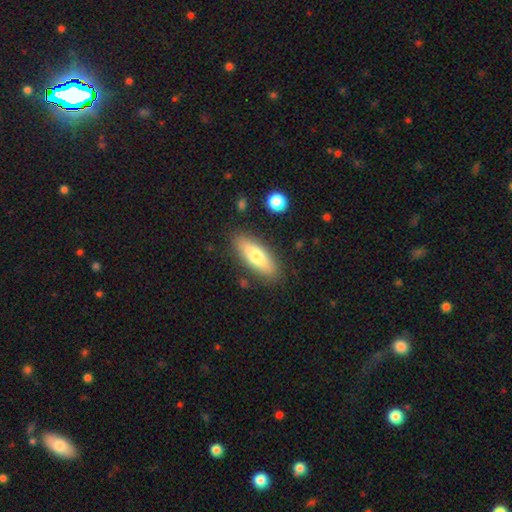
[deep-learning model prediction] This is likely a smooth galaxy (71%). How rounded: possibly in between (57%). Merging: clearly none (84%).